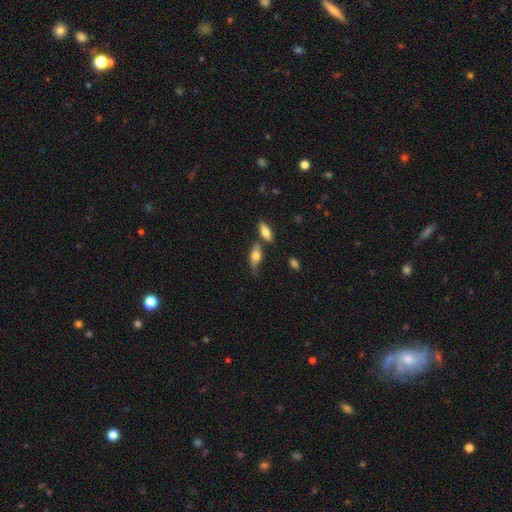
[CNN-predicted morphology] A smooth galaxy with no disk features (57%) that is in between round and cigar-shaped (68%). Merging: none (56%).